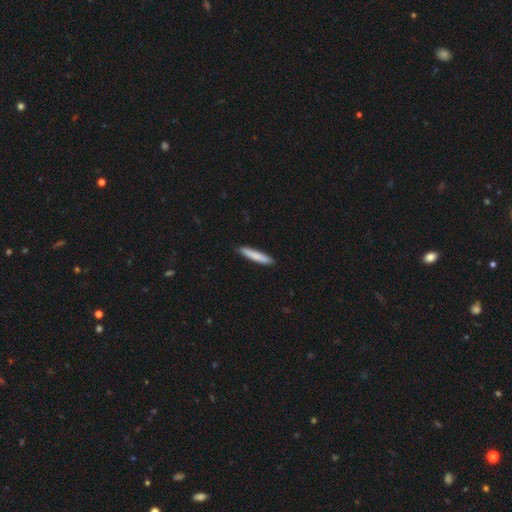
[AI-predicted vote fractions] A smooth galaxy with no disk features (81%) that is cigar-shaped (92%).

Vote fractions:
- Smooth or featured? smooth: 81% / featured or disk: 14% / star or artifact: 5%
- How rounded? cigar-shaped: 92% / in between: 7% / round: 1%
- Merging? none: 90% / minor disturbance: 8% / major disturbance: 1% / merger: 1%